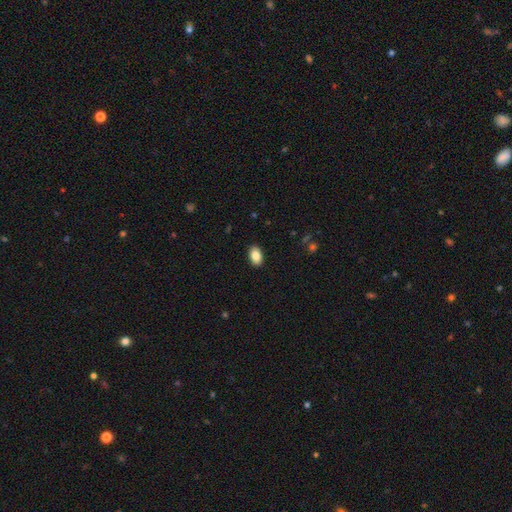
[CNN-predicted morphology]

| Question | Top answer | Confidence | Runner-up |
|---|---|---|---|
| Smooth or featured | smooth | 86% | star or artifact (7%) |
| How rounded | in between | 91% | round (8%) |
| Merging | none | 90% | minor disturbance (7%) |